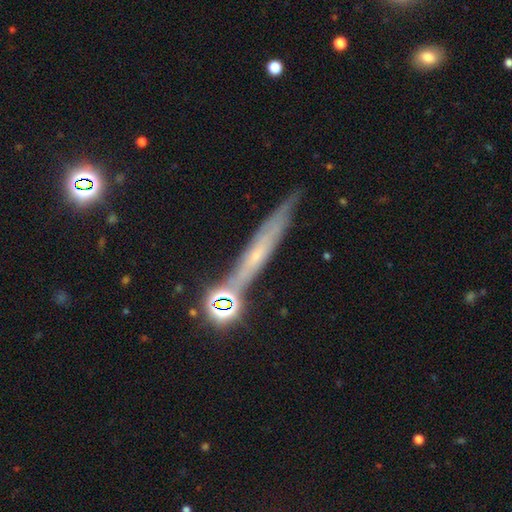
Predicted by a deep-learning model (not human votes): A featured or disk galaxy (59%) viewed edge-on (85%) with no central bulge (62%).

Vote fractions:
- Smooth or featured? featured or disk: 59% / smooth: 26% / star or artifact: 15%
- Edge-on disk? yes: 85% / no: 15%
- Edge-on bulge? none: 62% / rounded: 32% / boxy: 6%
- Merging? none: 73% / minor disturbance: 13% / merger: 10% / major disturbance: 4%